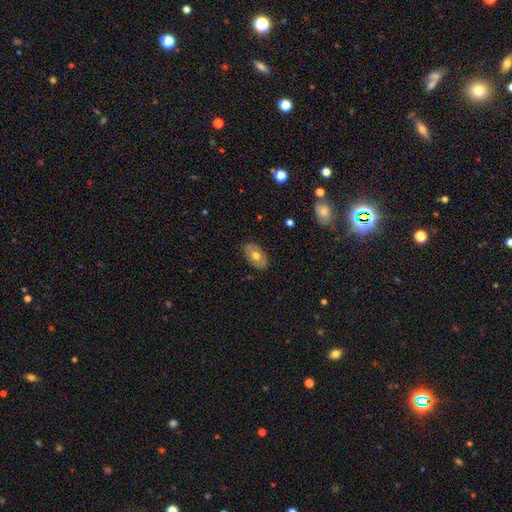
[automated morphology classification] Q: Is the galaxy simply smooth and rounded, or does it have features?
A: smooth — 57%.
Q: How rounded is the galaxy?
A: in between — 89%.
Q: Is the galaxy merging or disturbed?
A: none — 84%.